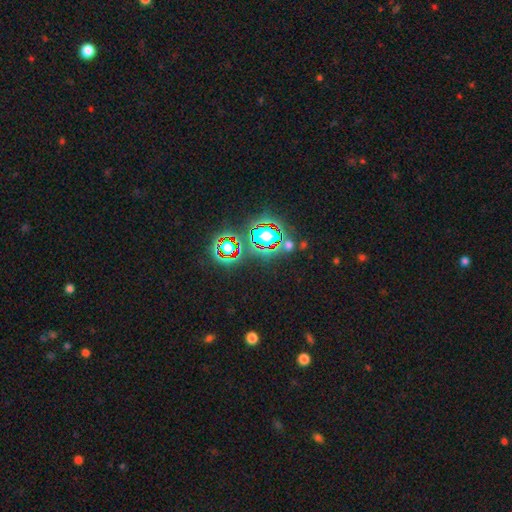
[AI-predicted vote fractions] Overall: star or artifact (77%).